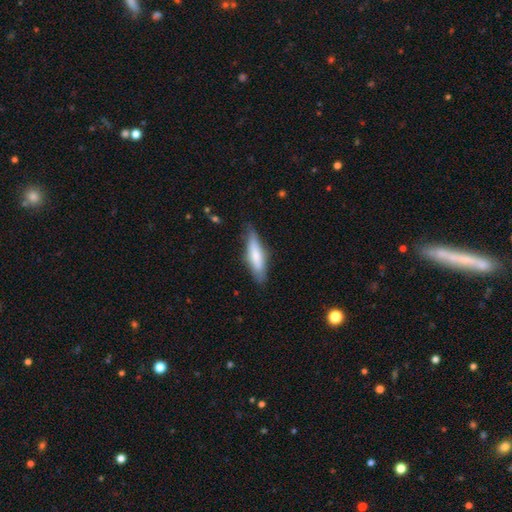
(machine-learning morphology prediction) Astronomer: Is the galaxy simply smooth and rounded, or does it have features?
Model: smooth — 71%.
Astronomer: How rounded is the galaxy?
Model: cigar-shaped — 67%.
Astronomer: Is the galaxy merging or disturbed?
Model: none — 76%.